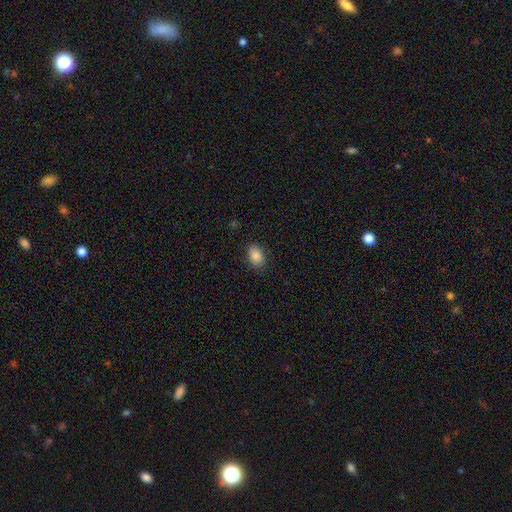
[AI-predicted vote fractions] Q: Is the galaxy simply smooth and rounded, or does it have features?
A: smooth — 88%.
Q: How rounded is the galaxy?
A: in between — 84%.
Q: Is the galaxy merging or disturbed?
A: none — 85%.